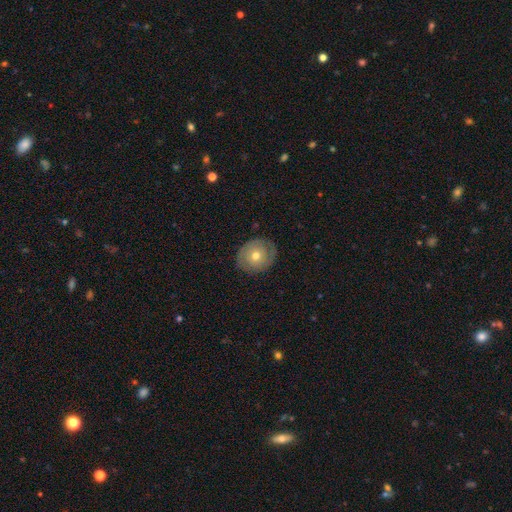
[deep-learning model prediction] This appears to be a smooth galaxy with no disk features (50%). Merging: none (82%).